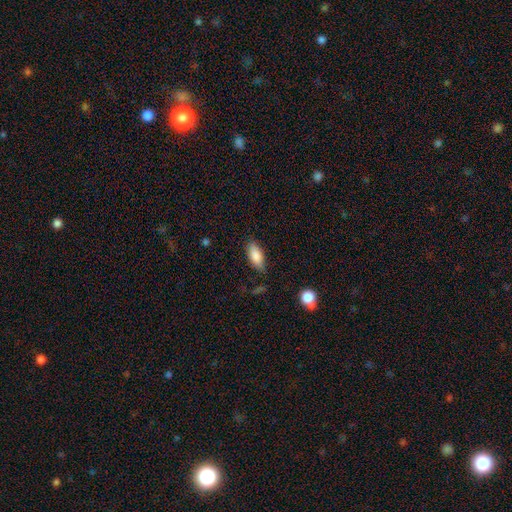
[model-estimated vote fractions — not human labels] smooth 85%, featured or disk 8%, star or artifact 7%. Down the decision tree: how rounded — in between (84%); merging — none (79%).